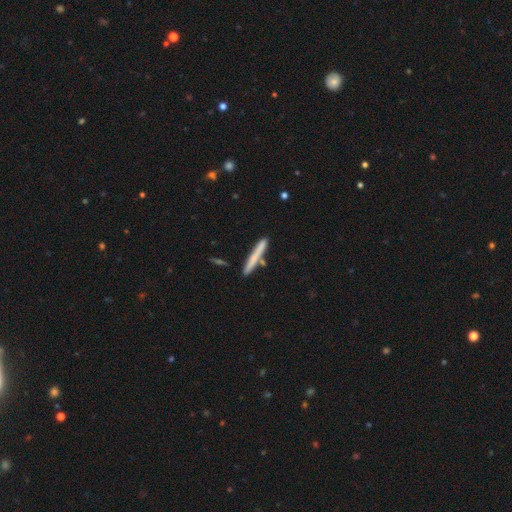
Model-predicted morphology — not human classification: Smooth or featured? smooth (66%)
How rounded? cigar-shaped (96%)
Merging? none (83%)